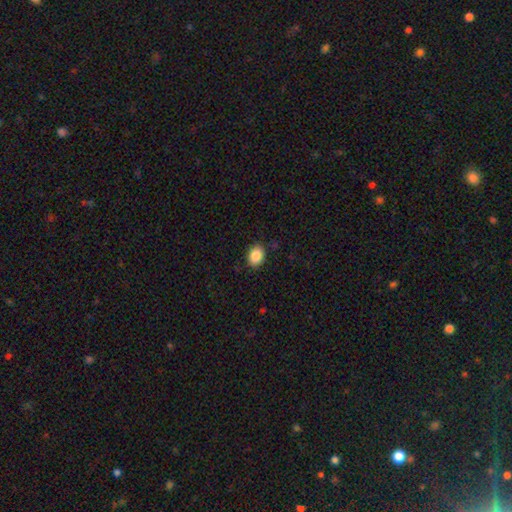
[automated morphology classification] Smooth or featured? Predicted: smooth (p=0.87). How rounded? Predicted: in between (p=0.67). Merging? Predicted: none (p=0.86).